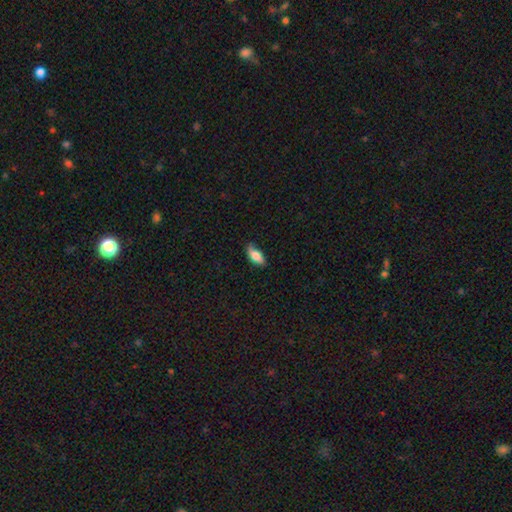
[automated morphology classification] Smooth or featured?
  - smooth: 79% *
  - featured or disk: 15%
  - star or artifact: 7%
How rounded?
  - in between: 87% *
  - cigar-shaped: 10%
  - round: 3%
Merging?
  - none: 67% *
  - minor disturbance: 26%
  - major disturbance: 5%
  - merger: 2%